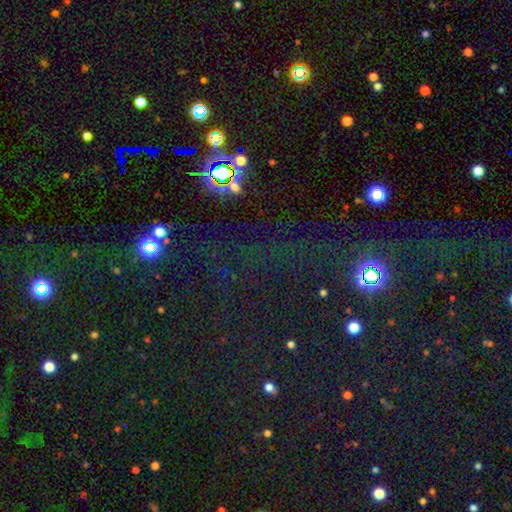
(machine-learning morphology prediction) This is likely a star or artifact rather than a galaxy (73%).